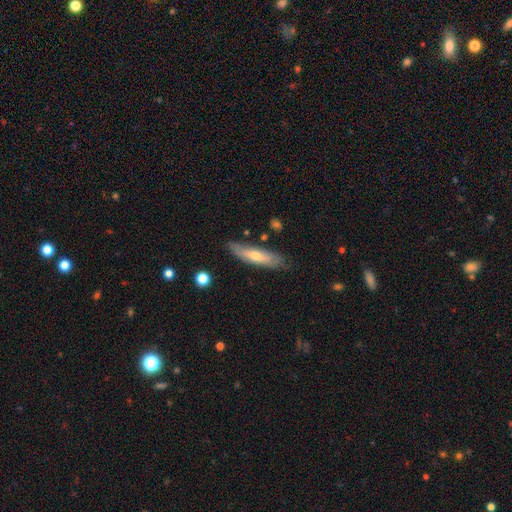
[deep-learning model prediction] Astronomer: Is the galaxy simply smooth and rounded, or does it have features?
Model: smooth — 54% (runner-up: featured or disk, 40%).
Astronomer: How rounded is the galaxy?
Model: cigar-shaped — 73%.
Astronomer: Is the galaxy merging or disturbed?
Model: none — 77%.